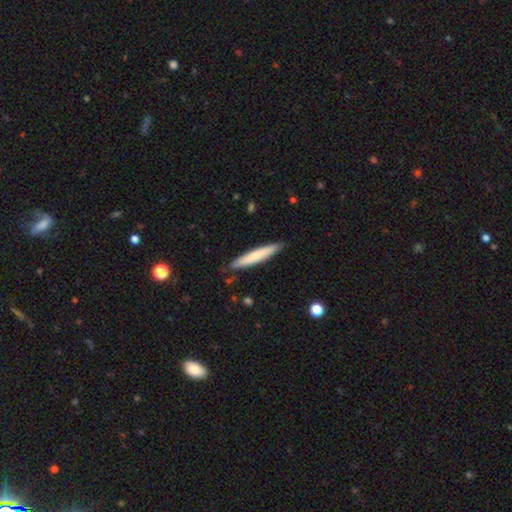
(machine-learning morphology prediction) This appears to be a smooth galaxy with no disk features (69%) that is cigar-shaped (93%). Merging: none (88%).